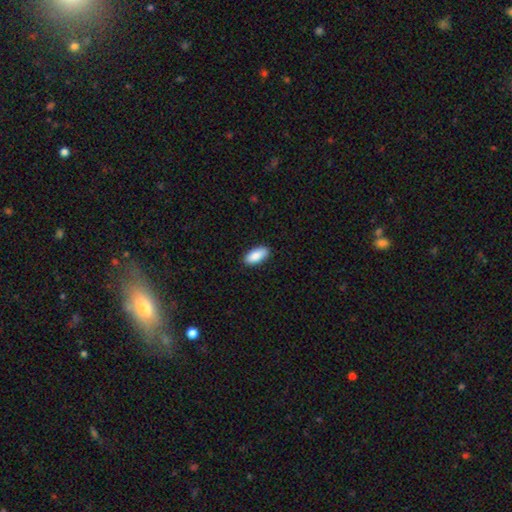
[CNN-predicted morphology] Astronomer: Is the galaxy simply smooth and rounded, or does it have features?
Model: smooth — 89%.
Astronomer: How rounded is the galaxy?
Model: in between — 89%.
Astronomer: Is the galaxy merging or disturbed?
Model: none — 89%.